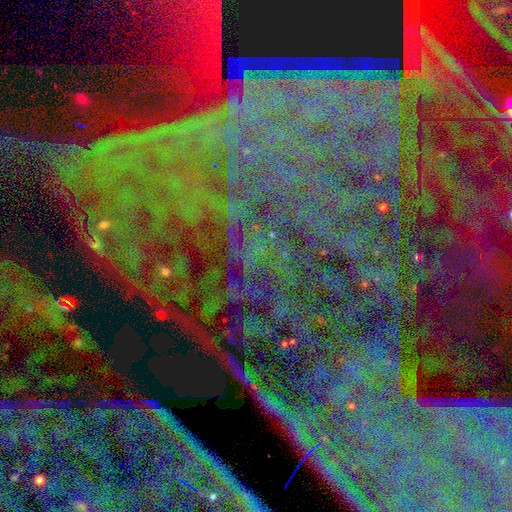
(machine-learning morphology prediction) This is clearly a star or artifact rather than a galaxy (86%).